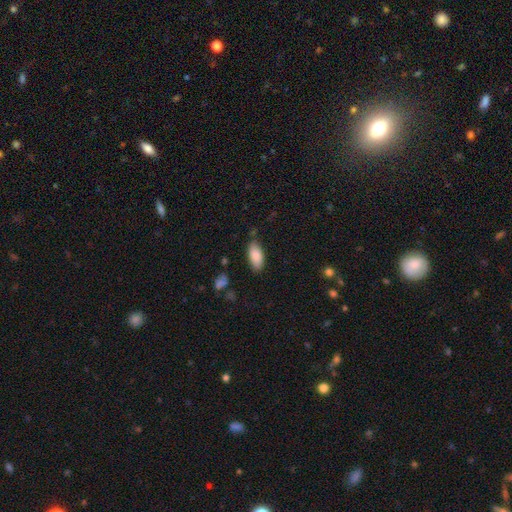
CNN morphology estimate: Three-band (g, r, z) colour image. It shows a smooth galaxy with no disk features (87%) that is in between round and cigar-shaped (89%). Merging: none (79%).